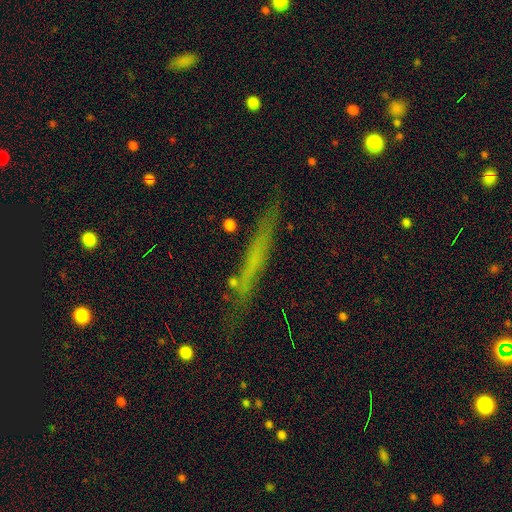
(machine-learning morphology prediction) Smooth or featured? smooth (47%)
Merging? none (76%)